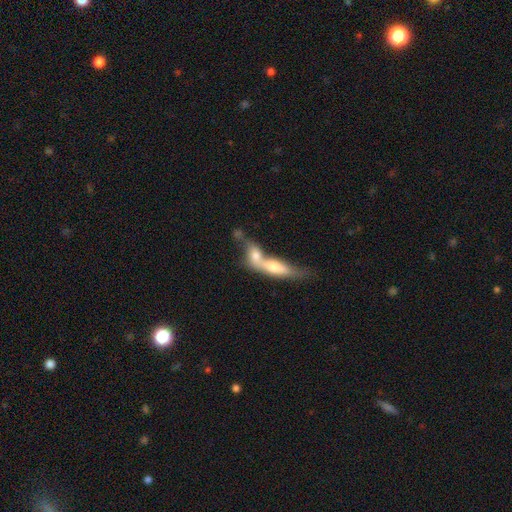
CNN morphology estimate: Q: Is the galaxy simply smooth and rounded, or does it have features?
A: smooth — 60%.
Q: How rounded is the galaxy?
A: in between — 57%.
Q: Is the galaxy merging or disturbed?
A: merger — 75%.